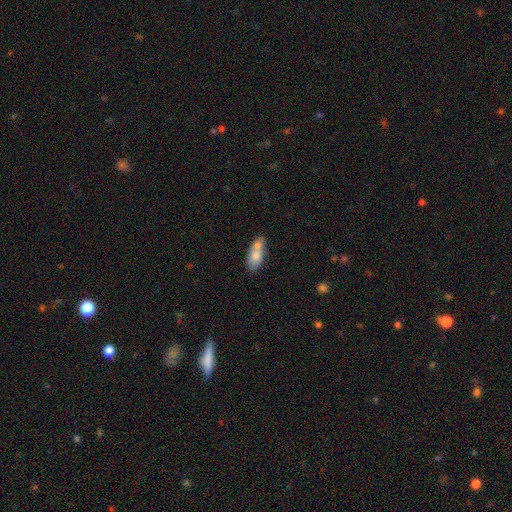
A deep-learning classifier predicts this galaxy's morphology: The model was most divided on "merging": none: 42%, merger: 38%, minor disturbance: 15%, major disturbance: 5%. More confident: how rounded — in between (81%); smooth or featured — smooth (73%).